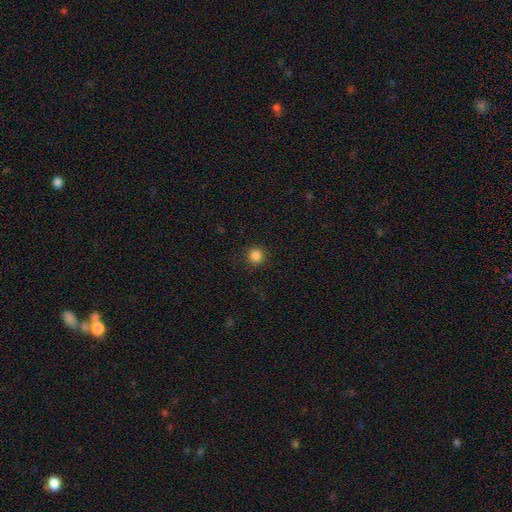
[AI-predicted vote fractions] Smooth or featured: smooth — 85% (star or artifact — 12%)
How rounded: round — 94% (in between — 5%)
Merging: none — 91% (minor disturbance — 6%)